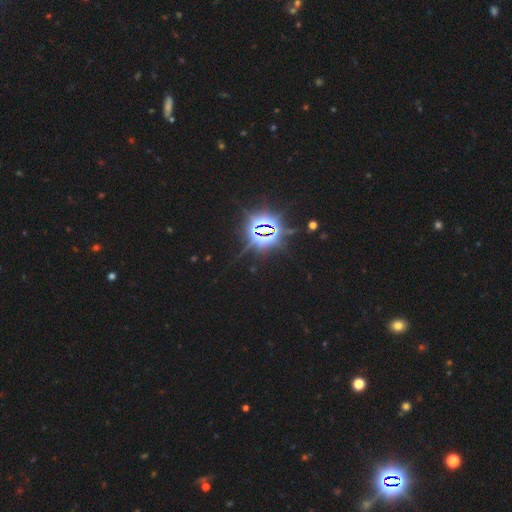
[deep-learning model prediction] Overall: star or artifact (86%).